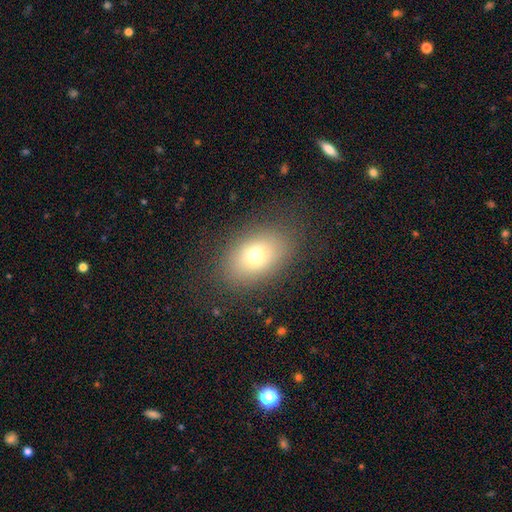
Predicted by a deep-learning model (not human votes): Morphology: type=smooth (71%); roundness=in between (77%); merging=none (82%).